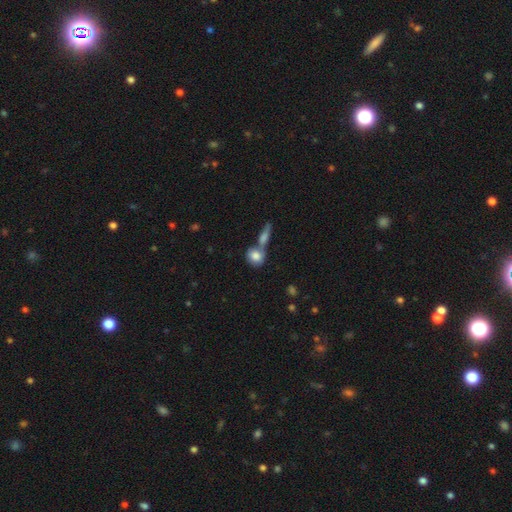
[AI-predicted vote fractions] Overall: smooth (79%). How rounded: round (57%; in between 40%). Merging: merger (44%; none 41%).